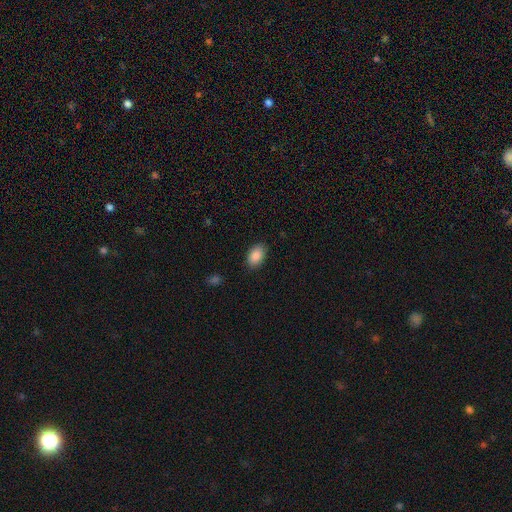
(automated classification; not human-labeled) This appears to be a smooth galaxy with no disk features (88%) that is in between round and cigar-shaped (90%). Merging: none (86%).